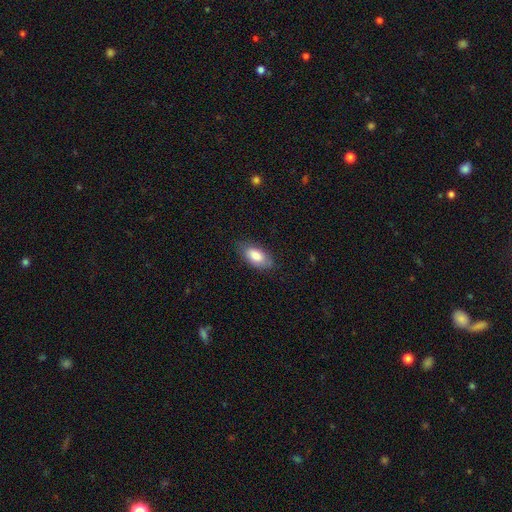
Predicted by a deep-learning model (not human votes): Smooth or featured? Predicted: smooth (p=0.81). How rounded? Predicted: in between (p=0.92). Merging? Predicted: none (p=0.76).